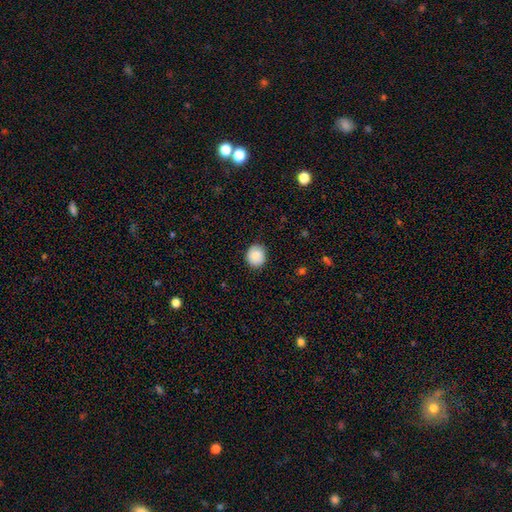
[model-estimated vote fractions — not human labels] The model was most divided on "how rounded": round: 83%, in between: 16%, cigar-shaped: 1%. More confident: smooth or featured — smooth (88%); merging — none (87%).